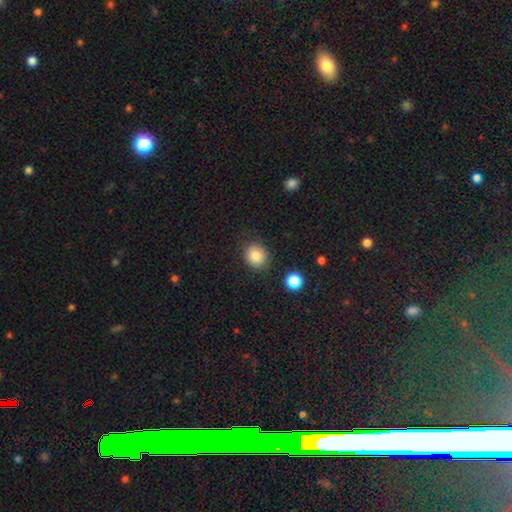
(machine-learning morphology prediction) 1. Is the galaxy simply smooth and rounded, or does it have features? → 84% smooth, 11% star or artifact, 6% featured or disk.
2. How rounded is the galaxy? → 78% round, 22% in between, 1% cigar-shaped.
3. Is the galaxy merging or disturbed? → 85% none, 10% minor disturbance, 3% major disturbance, 2% merger.